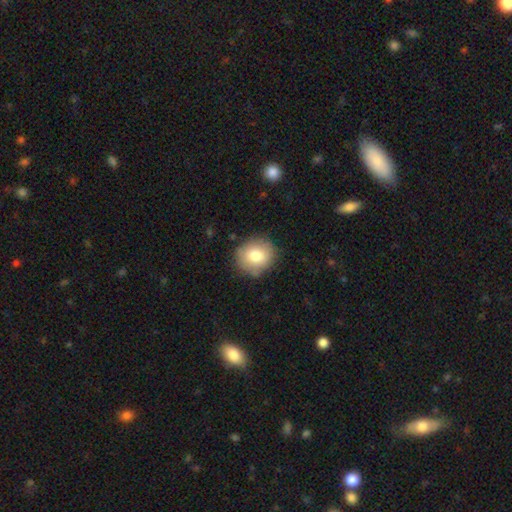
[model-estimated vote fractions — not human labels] A smooth galaxy with no disk features (80%) that is round (85%). Merging: none (84%).